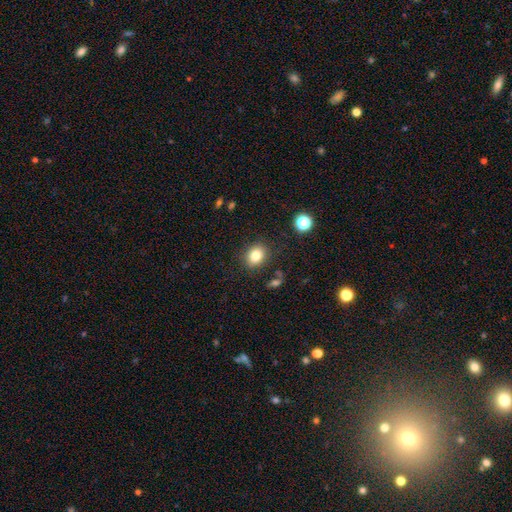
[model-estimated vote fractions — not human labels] smooth 82%, star or artifact 11%, featured or disk 8%. Down the decision tree: how rounded — in between (54%); merging — none (85%).